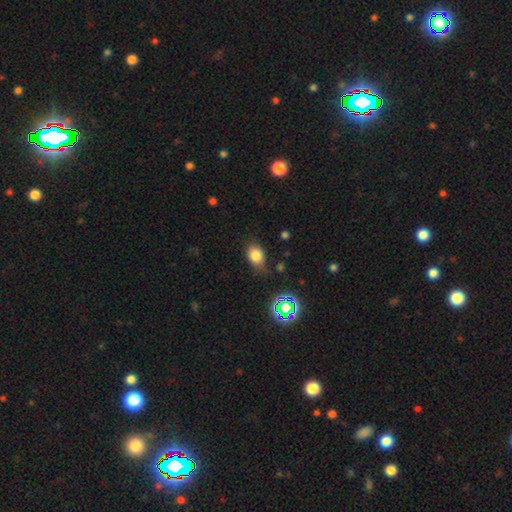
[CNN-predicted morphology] A smooth galaxy with no disk features (78%) that is in between round and cigar-shaped (65%). Merging: none (72%).